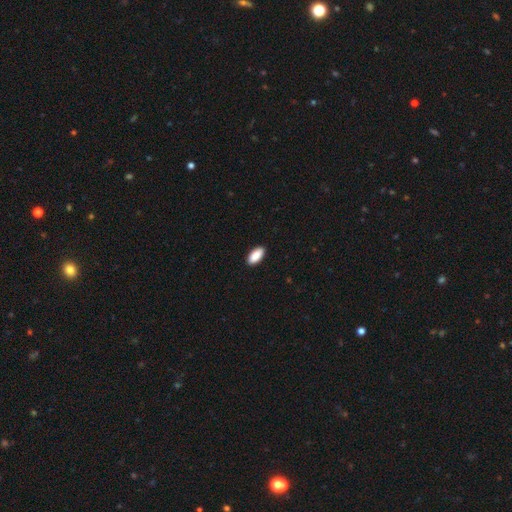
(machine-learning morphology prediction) Q: Smooth or featured?
A: smooth (91%); runner-up: star or artifact (6%)
Q: How rounded?
A: in between (91%); runner-up: cigar-shaped (7%)
Q: Merging?
A: none (91%); runner-up: minor disturbance (7%)